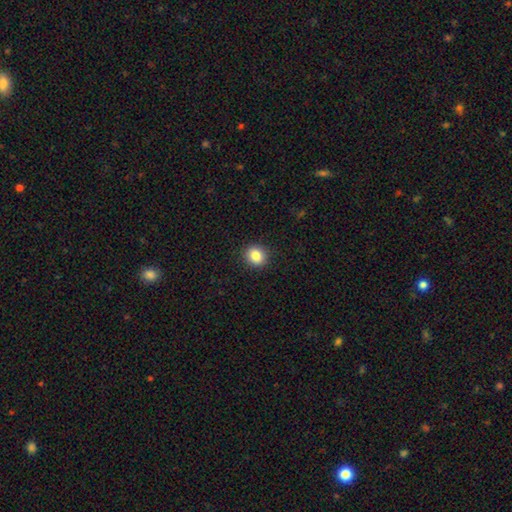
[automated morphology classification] smooth 85%, star or artifact 10%, featured or disk 5%. Down the decision tree: how rounded — round (79%); merging — none (91%).